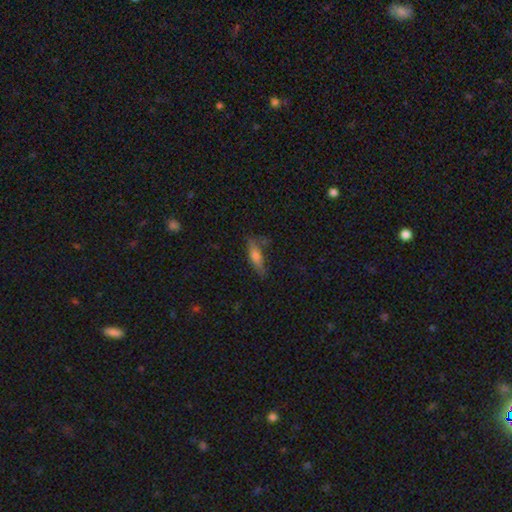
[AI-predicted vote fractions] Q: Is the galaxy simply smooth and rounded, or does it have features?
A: smooth — 59%.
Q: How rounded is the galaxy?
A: cigar-shaped — 56%.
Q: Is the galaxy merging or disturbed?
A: none — 66%.